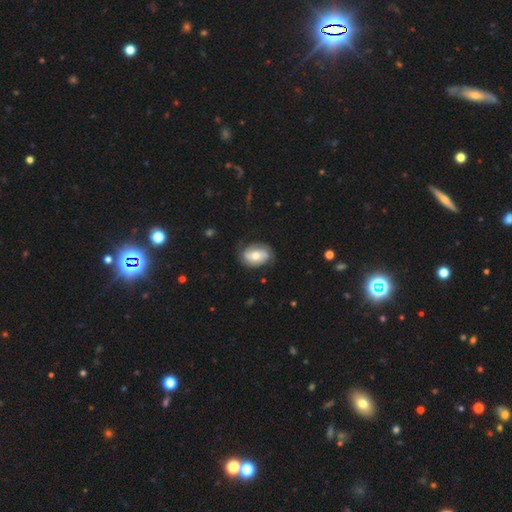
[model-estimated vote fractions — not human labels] Smooth or featured?
  - featured or disk: 48% *
  - smooth: 46%
  - star or artifact: 7%
Merging?
  - none: 69% *
  - minor disturbance: 22%
  - major disturbance: 8%
  - merger: 1%